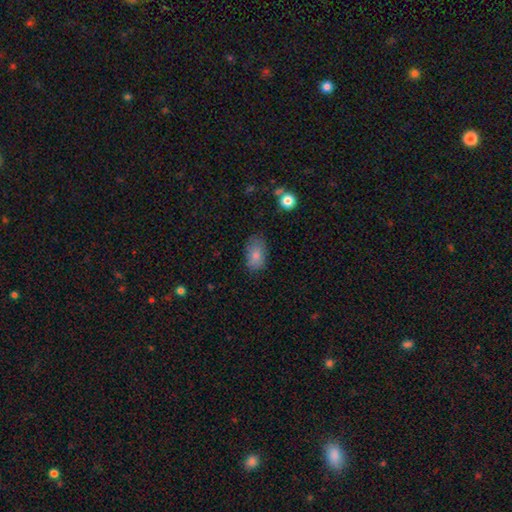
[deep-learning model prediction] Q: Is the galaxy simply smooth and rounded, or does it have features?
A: smooth — 82%.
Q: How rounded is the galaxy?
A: in between — 90%.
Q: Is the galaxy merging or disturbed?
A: none — 71%.